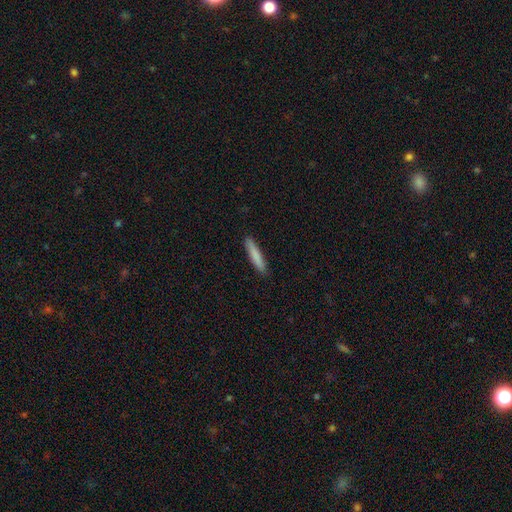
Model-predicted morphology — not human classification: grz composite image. It shows a smooth galaxy with no disk features (83%) that is cigar-shaped (92%). Merging: none (90%).